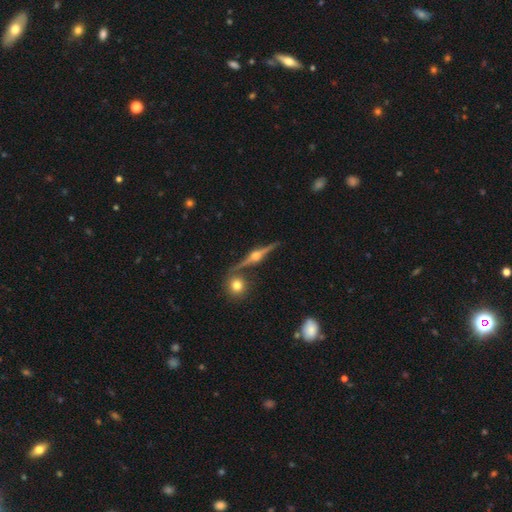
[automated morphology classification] A featured or disk galaxy (88%) viewed edge-on (98%) with a rounded central bulge (95%).

Vote fractions:
- Smooth or featured? featured or disk: 88% / smooth: 6% / star or artifact: 6%
- Edge-on disk? yes: 98% / no: 2%
- Edge-on bulge? rounded: 95% / boxy: 3% / none: 2%
- Merging? none: 85% / minor disturbance: 7% / merger: 6% / major disturbance: 2%